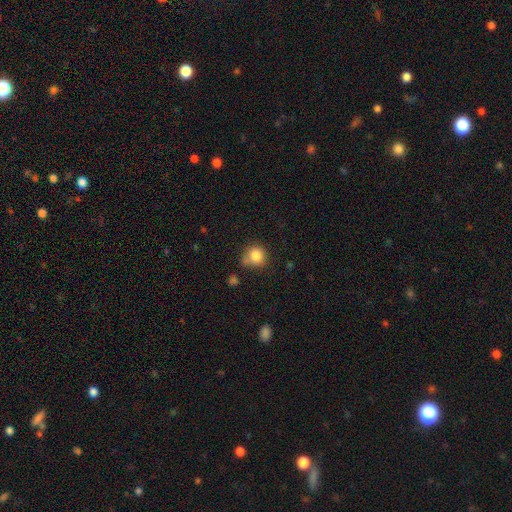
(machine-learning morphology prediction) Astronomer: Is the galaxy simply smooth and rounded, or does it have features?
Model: smooth — 83%.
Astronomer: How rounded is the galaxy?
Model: round — 86%.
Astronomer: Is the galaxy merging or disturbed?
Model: none — 60%.